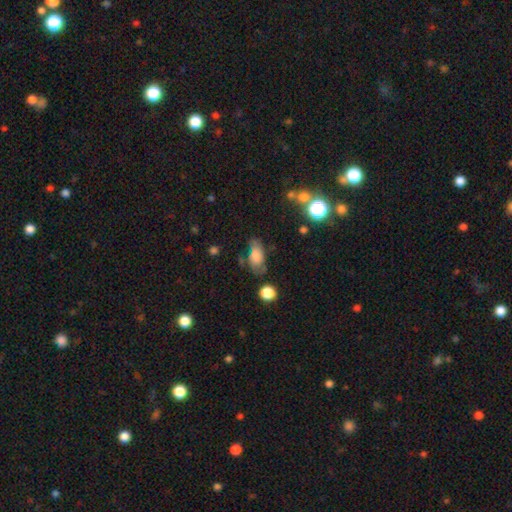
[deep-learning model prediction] Smooth or featured? smooth (66%)
How rounded? in between (87%)
Merging? none (51%)